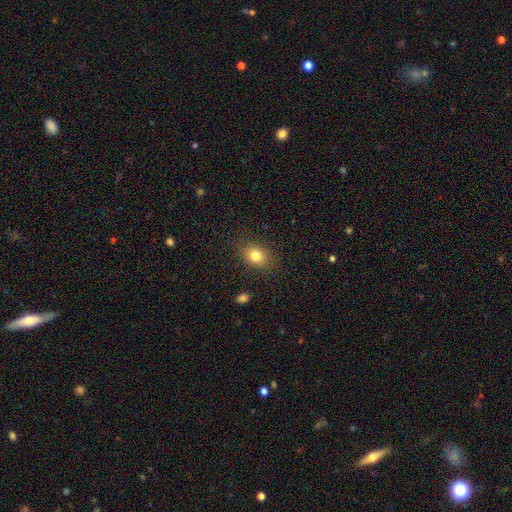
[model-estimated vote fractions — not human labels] Smooth or featured? smooth (81%)
How rounded? in between (57%)
Merging? none (85%)